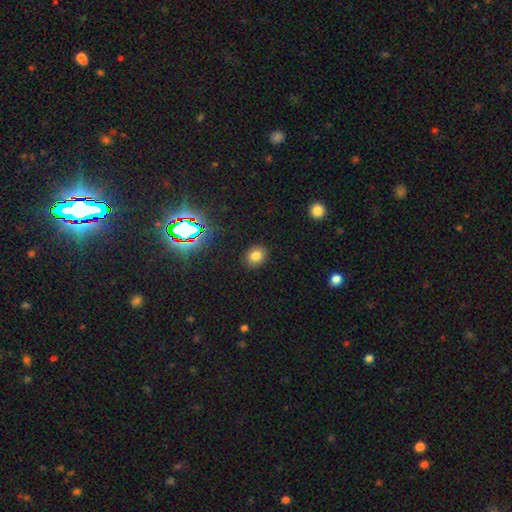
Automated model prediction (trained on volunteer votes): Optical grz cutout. It shows a smooth galaxy with no disk features (77%) that is round (59%). Merging: none (88%).